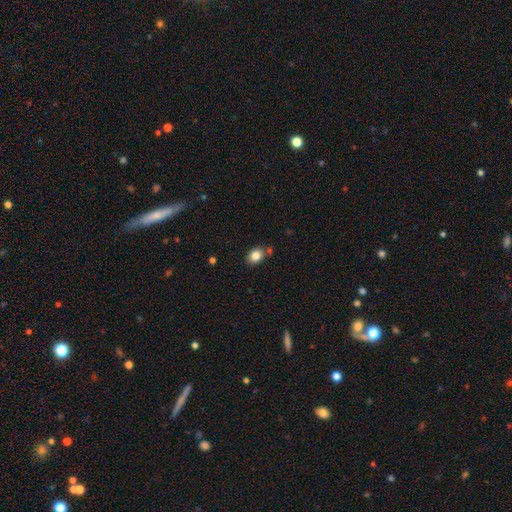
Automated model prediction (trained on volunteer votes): Q: Smooth or featured?
A: smooth (84%); runner-up: star or artifact (9%)
Q: How rounded?
A: in between (70%); runner-up: round (28%)
Q: Merging?
A: none (75%); runner-up: minor disturbance (14%)